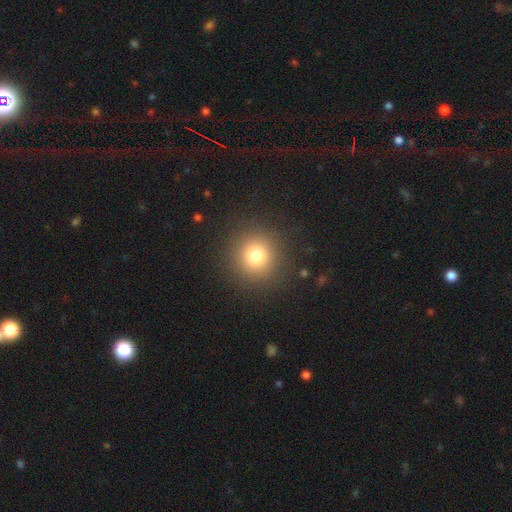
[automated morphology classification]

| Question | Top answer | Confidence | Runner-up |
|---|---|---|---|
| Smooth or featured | smooth | 77% | star or artifact (15%) |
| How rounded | round | 94% | in between (5%) |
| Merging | none | 90% | minor disturbance (6%) |